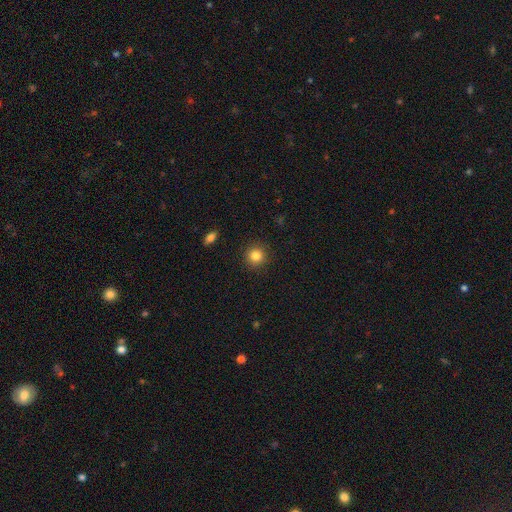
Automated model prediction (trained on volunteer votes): A smooth galaxy with no disk features (84%) that is round (93%). Merging: none (91%).